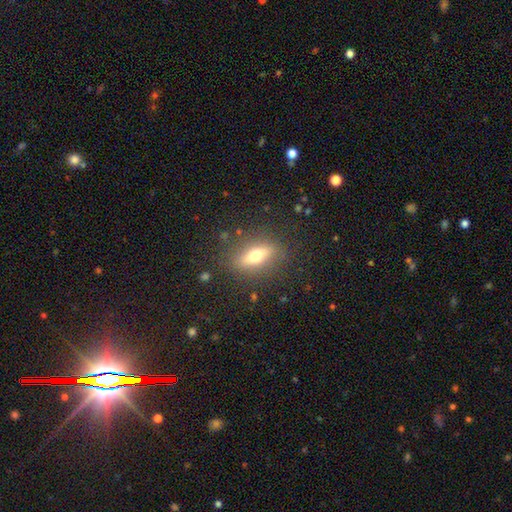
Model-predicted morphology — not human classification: smooth-or-featured: smooth: 56% | featured or disk: 35% | star or artifact: 9%
  how-rounded: in between: 60% | cigar-shaped: 30% | round: 9%
  merging: none: 83% | minor disturbance: 11% | major disturbance: 5% | merger: 1%